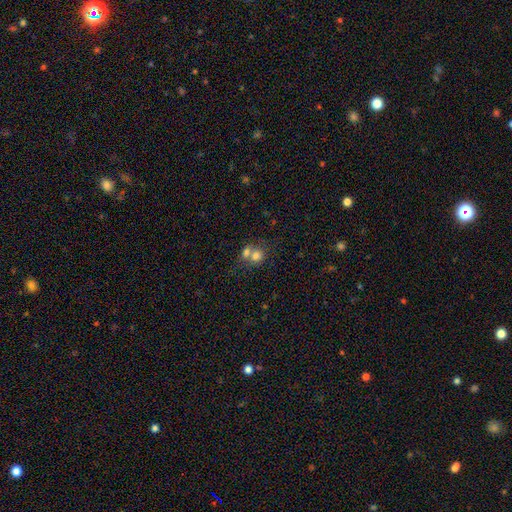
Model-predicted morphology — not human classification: Smooth or featured? smooth (74%)
How rounded? round (74%)
Merging? merger (61%)